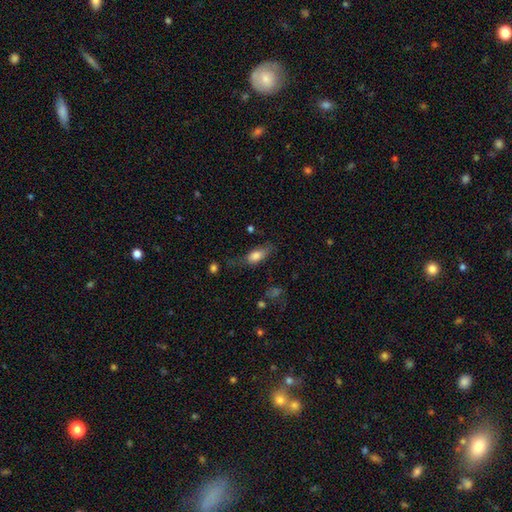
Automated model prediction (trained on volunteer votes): Smooth or featured? smooth (78%)
How rounded? in between (82%)
Merging? none (55%)